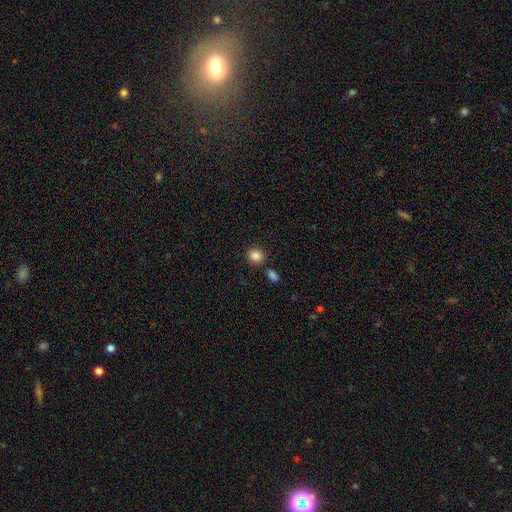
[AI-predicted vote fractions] Smooth or featured: smooth — 86% (star or artifact — 10%)
How rounded: round — 85% (in between — 14%)
Merging: none — 83% (merger — 8%)